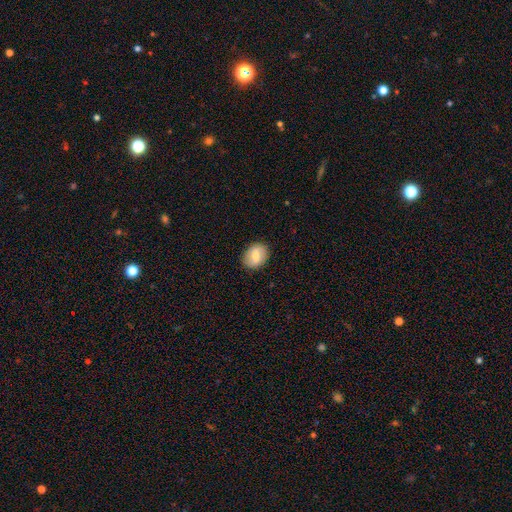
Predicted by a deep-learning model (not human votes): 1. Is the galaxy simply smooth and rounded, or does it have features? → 71% smooth, 22% featured or disk, 7% star or artifact.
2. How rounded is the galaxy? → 62% in between, 36% round, 1% cigar-shaped.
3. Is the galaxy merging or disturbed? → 87% none, 10% minor disturbance, 2% major disturbance, 1% merger.